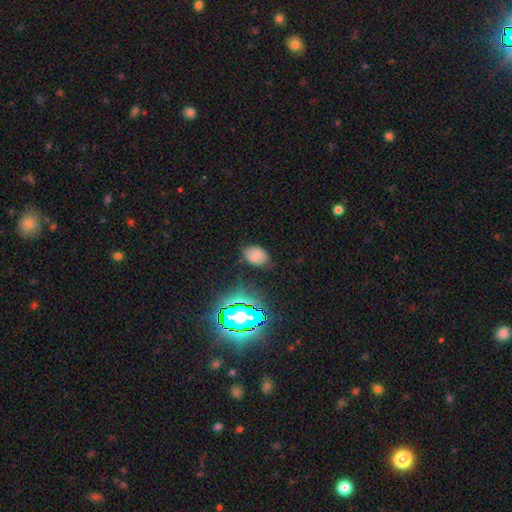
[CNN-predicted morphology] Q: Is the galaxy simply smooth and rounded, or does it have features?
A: smooth — 66%.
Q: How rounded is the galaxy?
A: in between — 79%.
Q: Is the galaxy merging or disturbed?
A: none — 76%.